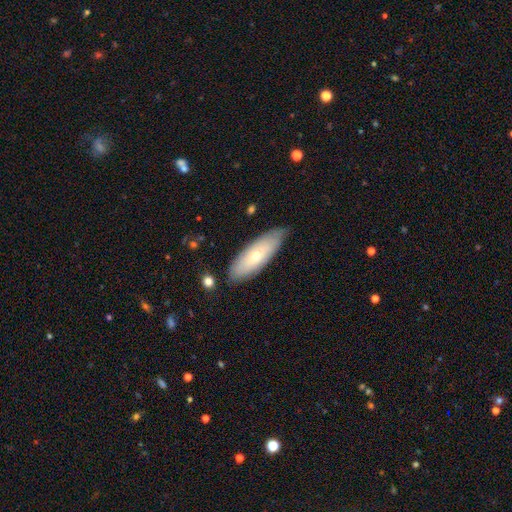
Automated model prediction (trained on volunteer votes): Smooth or featured? Predicted: smooth (p=0.60). How rounded? Predicted: in between (p=0.62). Merging? Predicted: none (p=0.79).